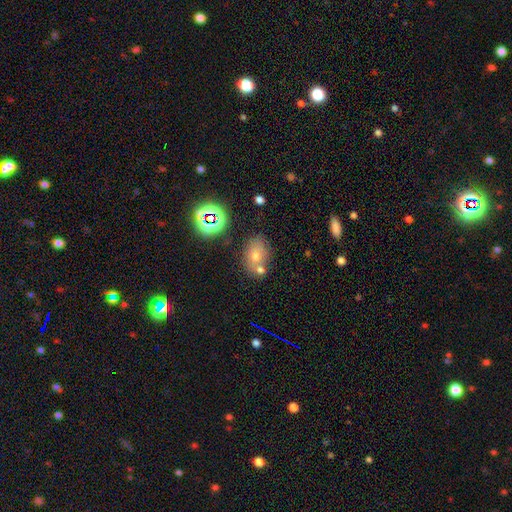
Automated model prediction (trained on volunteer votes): This appears to be a smooth galaxy with no disk features (59%) that is in between round and cigar-shaped (71%). Merging: none (61%).